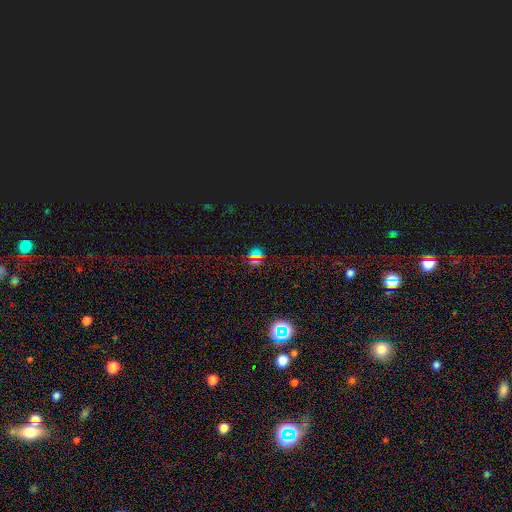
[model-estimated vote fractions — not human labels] Morphology: type=star or artifact (61%).